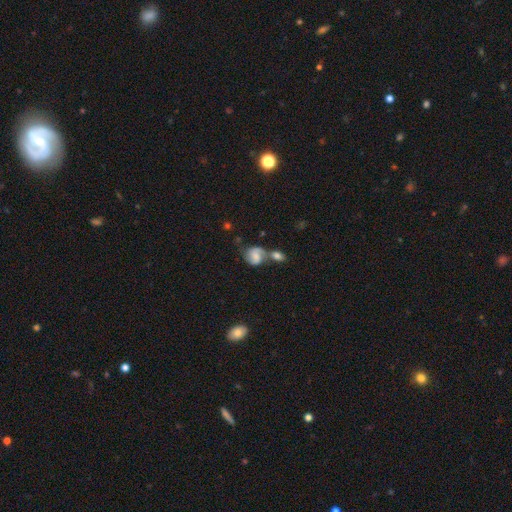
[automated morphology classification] Smooth or featured? Predicted: featured or disk (p=0.55). Edge-on disk? Predicted: no (p=0.97). Bar? Predicted: weak (p=0.44). Spiral arms? Predicted: yes (p=0.86). Bulge size? Predicted: small (p=0.33). Merging? Predicted: merger (p=0.48).